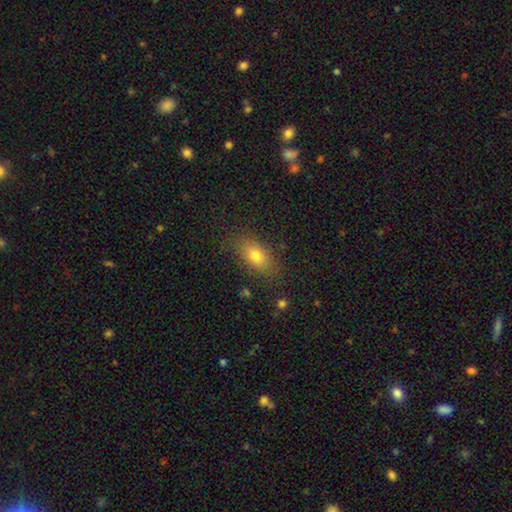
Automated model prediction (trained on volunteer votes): Q: Smooth or featured?
A: smooth (76%); runner-up: featured or disk (14%)
Q: How rounded?
A: in between (83%); runner-up: round (10%)
Q: Merging?
A: none (80%); runner-up: minor disturbance (14%)